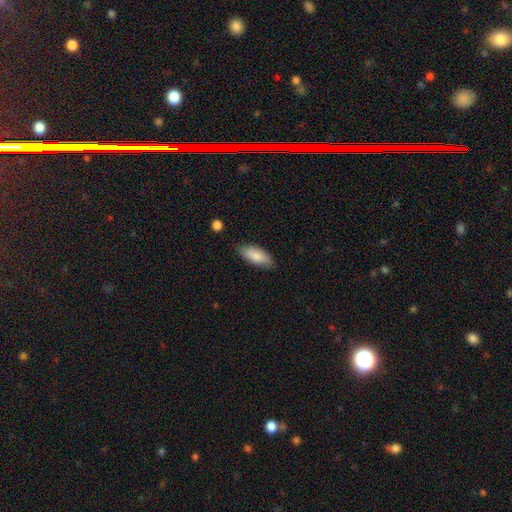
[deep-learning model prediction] This appears to be a smooth galaxy with no disk features (80%) that is in between round and cigar-shaped (80%). Merging: none (79%).